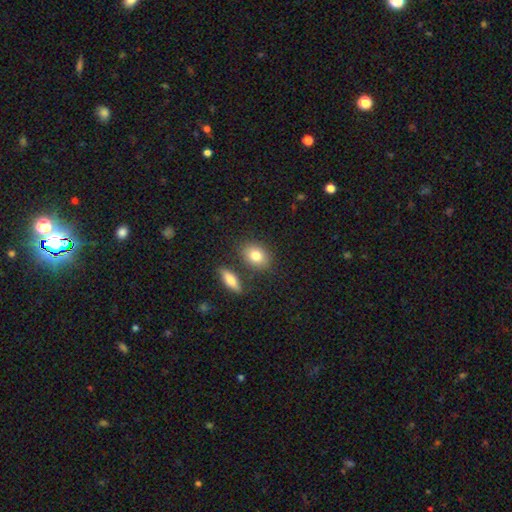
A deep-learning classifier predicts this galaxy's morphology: This is clearly a smooth galaxy (82%). How rounded: likely in between (69%). Merging: likely none (77%).